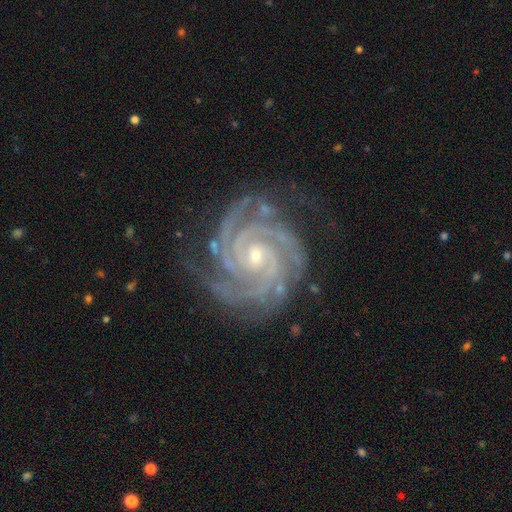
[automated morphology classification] smooth_or_featured: featured or disk (p=0.94) [alt: star or artifact p=0.04]
disk_edge_on: no (p=0.98) [alt: yes p=0.02]
bar: no (p=0.64) [alt: weak p=0.24]
has_spiral_arms: yes (p=0.99) [alt: no p=0.01]
spiral_winding: tight (p=0.82) [alt: medium p=0.17]
spiral_arm_count: 3 (p=0.32) [alt: 4 p=0.26]
bulge_size: small (p=0.71) [alt: moderate p=0.27]
merging: none (p=0.76) [alt: minor disturbance p=0.17]